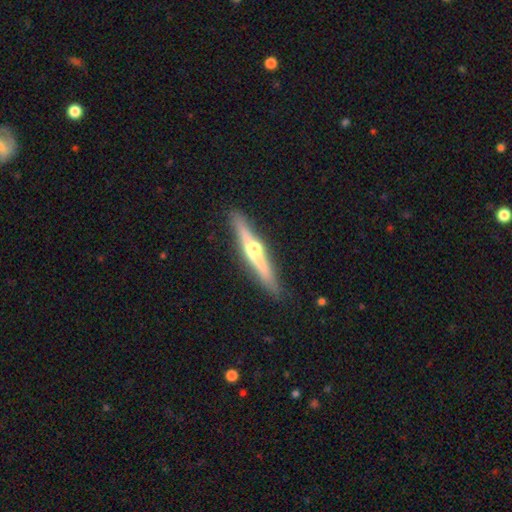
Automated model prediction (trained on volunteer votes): Smooth or featured: featured or disk — 74% (smooth — 21%)
Edge-on disk: yes — 98% (no — 2%)
Edge-on bulge: rounded — 94% (none — 3%)
Merging: none — 89% (minor disturbance — 8%)